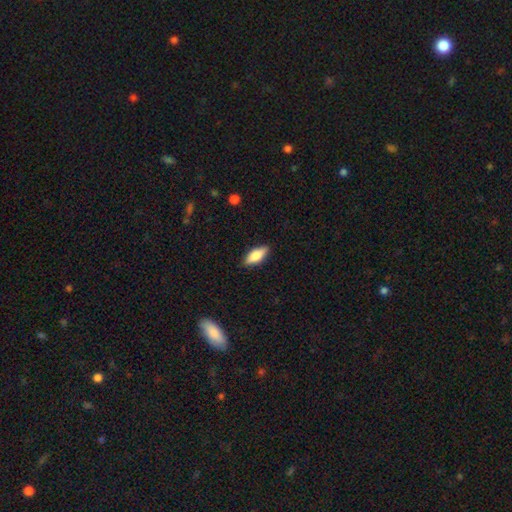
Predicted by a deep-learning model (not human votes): The model was most divided on "smooth or featured": smooth: 69%, featured or disk: 24%, star or artifact: 6%. More confident: merging — none (88%); how rounded — in between (74%).